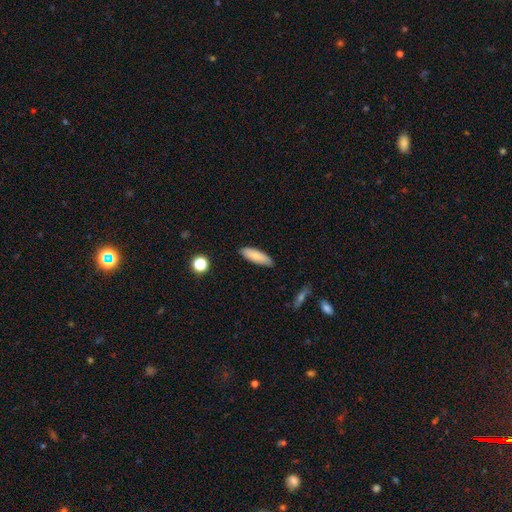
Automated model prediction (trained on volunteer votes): Q: Smooth or featured?
A: smooth (82%); runner-up: featured or disk (11%)
Q: How rounded?
A: cigar-shaped (49%); tied with: in between (49%)
Q: Merging?
A: none (87%); runner-up: minor disturbance (10%)